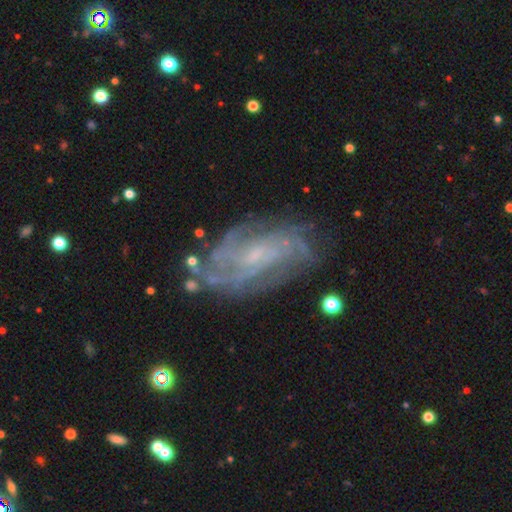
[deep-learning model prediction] smooth-or-featured: featured or disk: 84% | smooth: 9% | star or artifact: 7%
  disk-edge-on: no: 95% | yes: 5%
    bar: no: 53% | weak: 39% | strong: 8%
    has-spiral-arms: yes: 94% | no: 6%
      spiral-winding: tight: 56% | medium: 34% | loose: 10%
      spiral-arm-count: can't tell: 36% | 4: 22% | 3: 14% | 2: 11% | more than 4: 11% | 1: 6%
    bulge-size: small: 74% | moderate: 15% | none: 10% | large: 1% | dominant: 1%
  merging: none: 73% | minor disturbance: 17% | major disturbance: 7% | merger: 2%